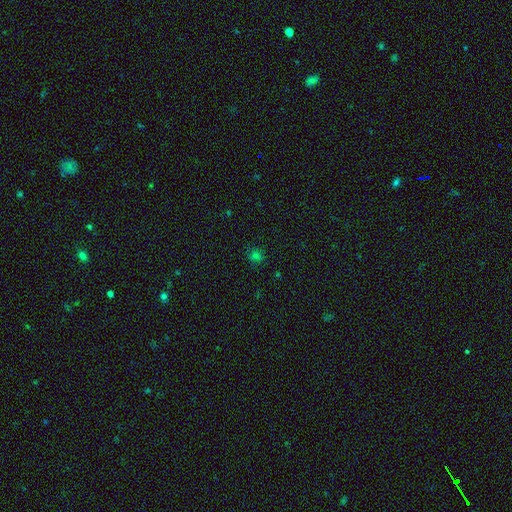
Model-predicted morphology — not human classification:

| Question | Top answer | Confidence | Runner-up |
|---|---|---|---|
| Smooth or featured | smooth | 68% | star or artifact (26%) |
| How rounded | round | 81% | in between (18%) |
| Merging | none | 82% | minor disturbance (13%) |